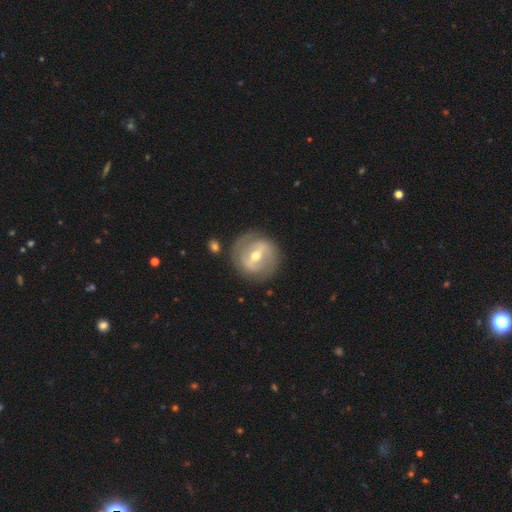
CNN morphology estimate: Overall: featured or disk (73%). Edge-on disk: no (94%). Bar: strong (51%; weak 36%). Spiral arms: yes (59%; no 41%). Bulge size: moderate (67%; small 28%). Merging: none (82%).